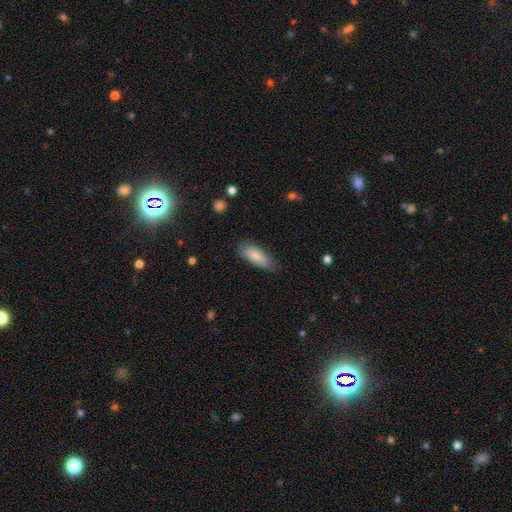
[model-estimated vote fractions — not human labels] The model was most divided on "merging": none: 72%, minor disturbance: 22%, major disturbance: 4%, merger: 1%. More confident: smooth or featured — smooth (84%); how rounded — in between (76%).